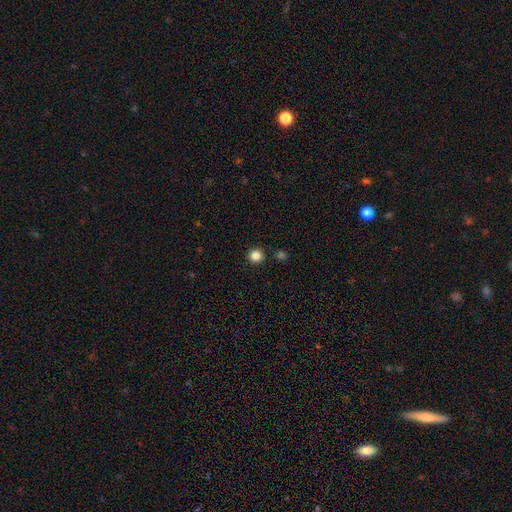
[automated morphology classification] The model was most divided on "smooth or featured": smooth: 84%, star or artifact: 12%, featured or disk: 4%. More confident: how rounded — round (94%); merging — none (91%).